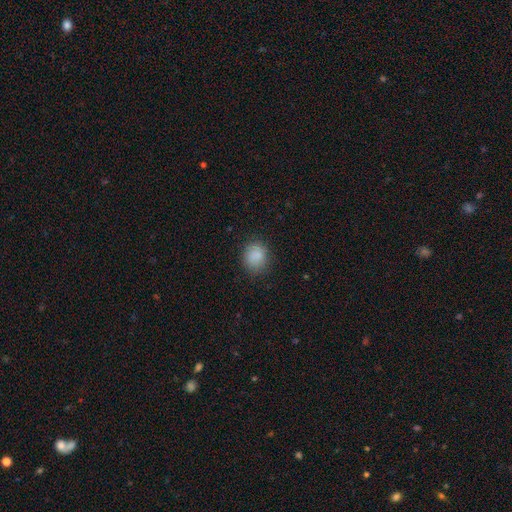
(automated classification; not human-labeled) smooth-or-featured: smooth: 85% | star or artifact: 9% | featured or disk: 5%
  how-rounded: round: 71% | in between: 28% | cigar-shaped: 1%
  merging: none: 81% | minor disturbance: 14% | major disturbance: 4% | merger: 1%